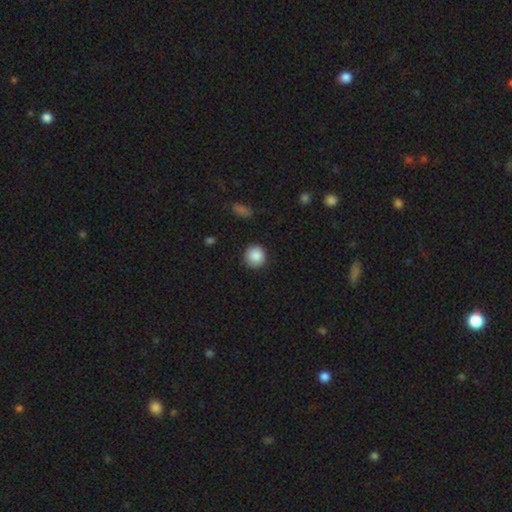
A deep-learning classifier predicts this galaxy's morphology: Smooth or featured?
  - smooth: 87% *
  - star or artifact: 8%
  - featured or disk: 5%
How rounded?
  - round: 92% *
  - in between: 7%
  - cigar-shaped: 1%
Merging?
  - none: 88% *
  - minor disturbance: 8%
  - major disturbance: 2%
  - merger: 1%